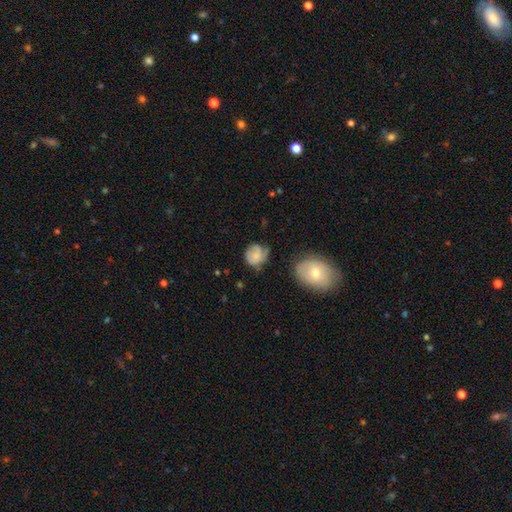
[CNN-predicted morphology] Smooth or featured: smooth — 63% (featured or disk — 29%)
How rounded: round — 70% (in between — 29%)
Merging: none — 49% (minor disturbance — 33%)